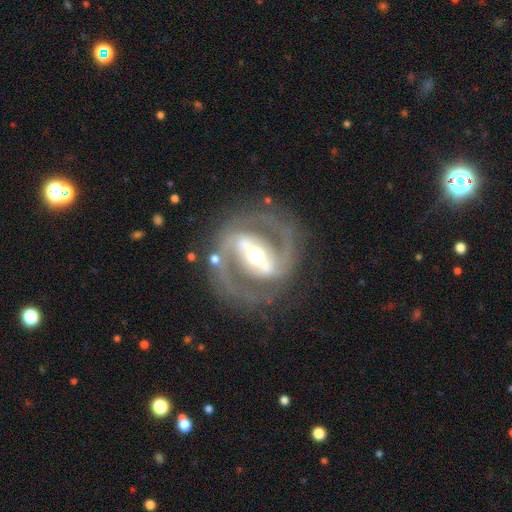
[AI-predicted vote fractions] This is clearly a featured or disk galaxy (89%). It is clearly not viewed edge-on (95%). Bar: likely strong (73%). Spiral arm pattern: clearly yes (90%). Spiral arm count: clearly 2 (90%). Spiral winding: possibly medium (51%). Central bulge: likely moderate (66%). Merging: likely none (78%).